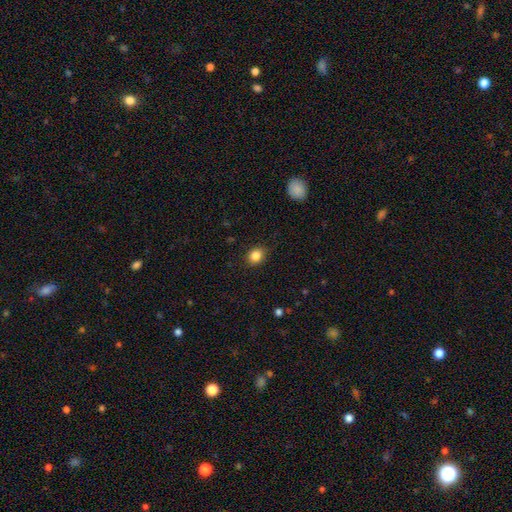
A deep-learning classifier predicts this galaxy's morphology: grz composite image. It shows a smooth galaxy with no disk features (85%) that is round (55%). Merging: none (87%).